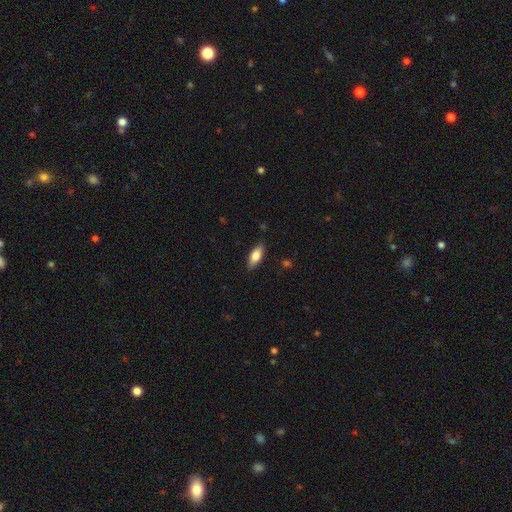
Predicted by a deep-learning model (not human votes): smooth-or-featured: smooth: 78% | featured or disk: 15% | star or artifact: 6%
  how-rounded: in between: 78% | cigar-shaped: 19% | round: 2%
  merging: none: 86% | minor disturbance: 11% | major disturbance: 2% | merger: 1%